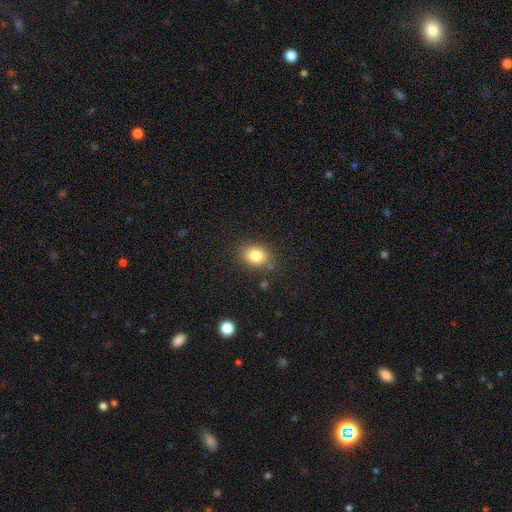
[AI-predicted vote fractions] Smooth or featured: smooth — 83% (star or artifact — 10%)
How rounded: in between — 65% (round — 34%)
Merging: none — 81% (minor disturbance — 13%)